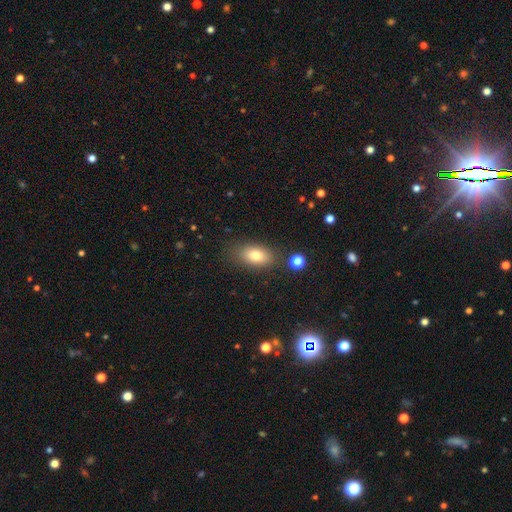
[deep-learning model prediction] smooth-or-featured: smooth: 77% | featured or disk: 13% | star or artifact: 10%
  how-rounded: in between: 86% | round: 11% | cigar-shaped: 3%
  merging: none: 81% | minor disturbance: 12% | major disturbance: 4% | merger: 3%